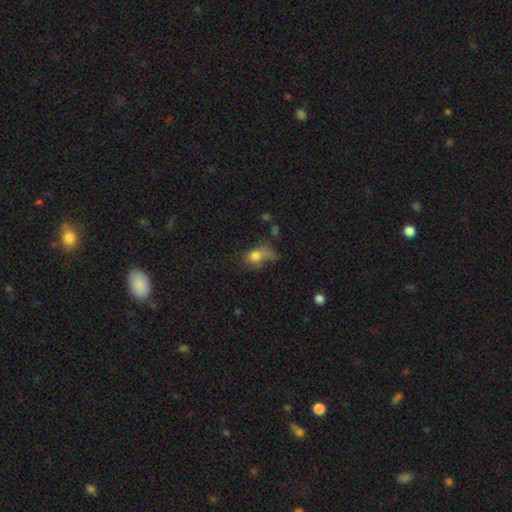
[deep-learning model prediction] Q: Smooth or featured?
A: smooth (71%); runner-up: featured or disk (16%)
Q: How rounded?
A: in between (70%); runner-up: round (27%)
Q: Merging?
A: major disturbance (36%); runner-up: none (29%)